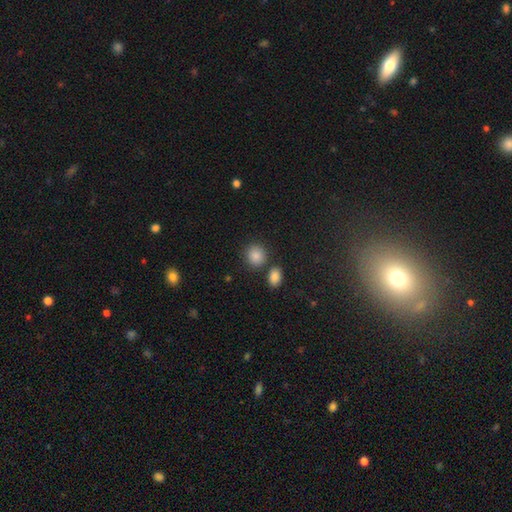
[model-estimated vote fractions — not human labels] Morphology: type=smooth (86%); roundness=round (77%); merging=none (76%).